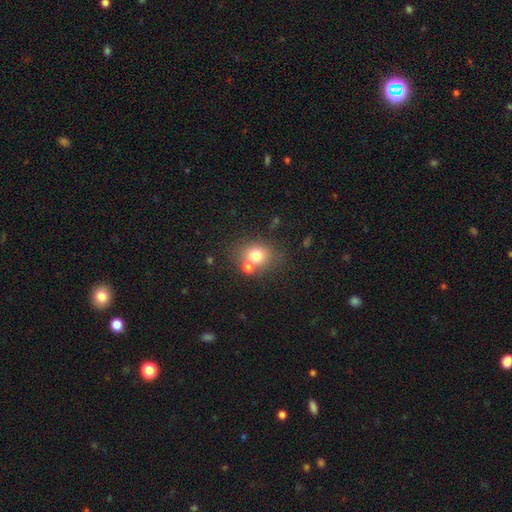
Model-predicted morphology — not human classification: This is likely a smooth galaxy (74%). How rounded: likely round (65%). Merging: likely none (61%).